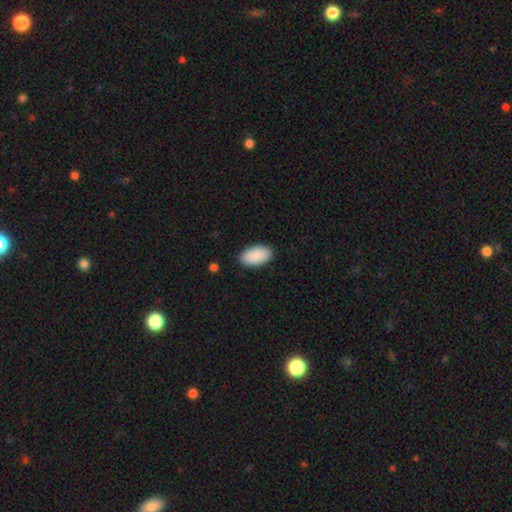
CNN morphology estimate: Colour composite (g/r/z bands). It shows a smooth galaxy with no disk features (92%) that is in between round and cigar-shaped (96%). Merging: none (89%).